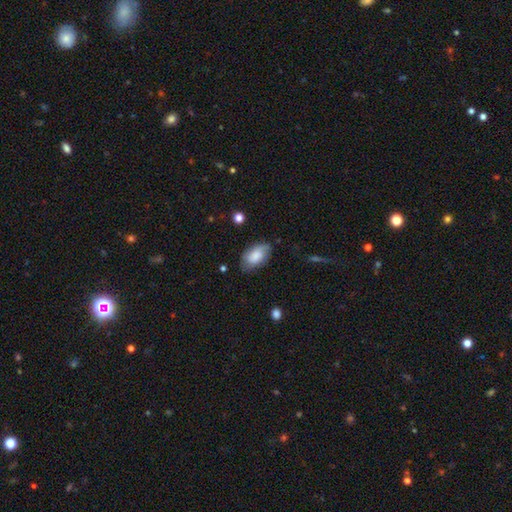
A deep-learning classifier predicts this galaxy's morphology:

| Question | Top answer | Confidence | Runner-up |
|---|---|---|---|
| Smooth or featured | smooth | 78% | featured or disk (15%) |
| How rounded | in between | 93% | round (5%) |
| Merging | none | 70% | minor disturbance (23%) |